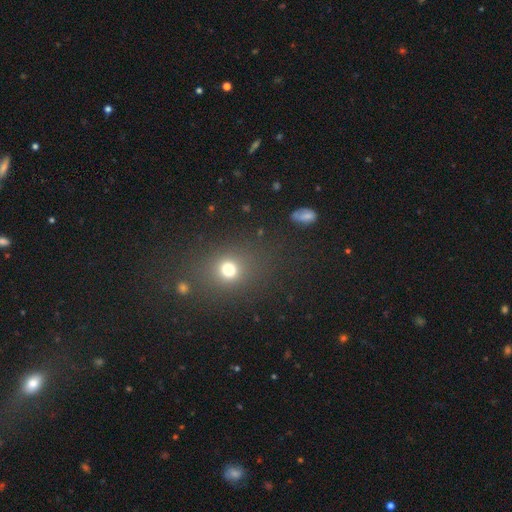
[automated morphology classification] This is possibly a smooth galaxy (52%). How rounded: likely round (66%). Merging: clearly none (83%).